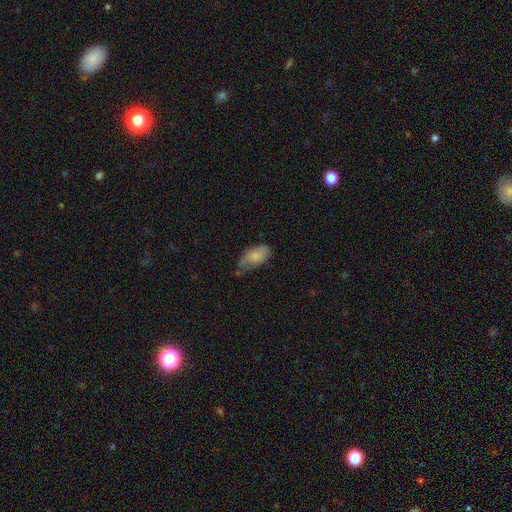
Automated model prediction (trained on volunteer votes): This is likely a smooth galaxy (79%). How rounded: clearly in between (92%). Merging: marginally none (41%).